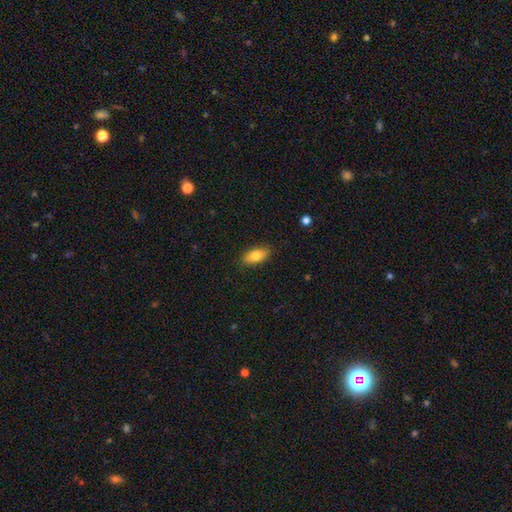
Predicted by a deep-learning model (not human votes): Overall: smooth (81%). How rounded: in between (86%). Merging: none (87%).